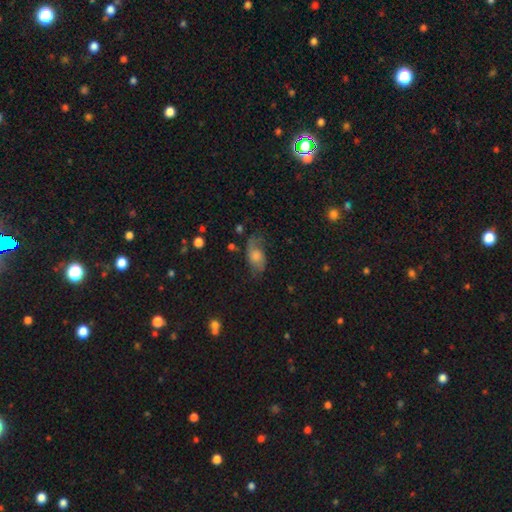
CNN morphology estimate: Smooth or featured: featured or disk — 54% (smooth — 32%)
Edge-on disk: no — 91% (yes — 9%)
Merging: none — 62% (minor disturbance — 22%)